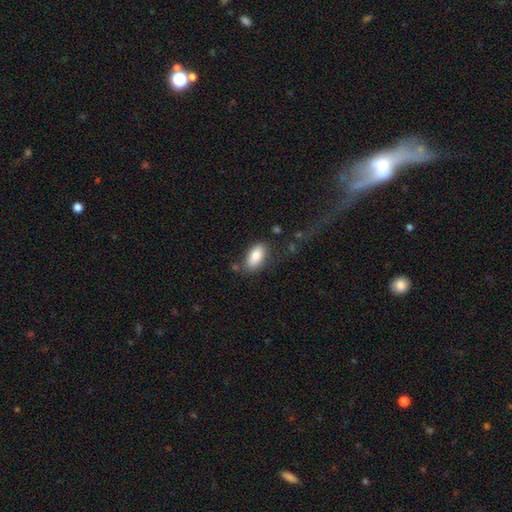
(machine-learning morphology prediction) smooth_or_featured: smooth (p=0.84) [alt: featured or disk p=0.09]
how_rounded: in between (p=0.90) [alt: cigar-shaped p=0.07]
merging: none (p=0.72) [alt: minor disturbance p=0.18]